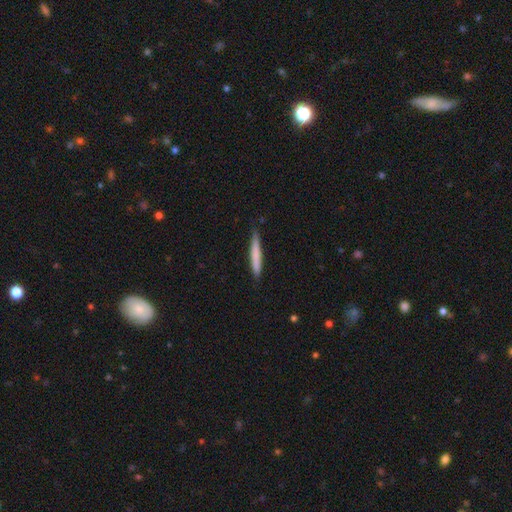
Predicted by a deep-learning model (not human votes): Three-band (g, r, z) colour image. It shows a smooth galaxy with no disk features (70%) that is cigar-shaped (96%). Merging: none (84%).